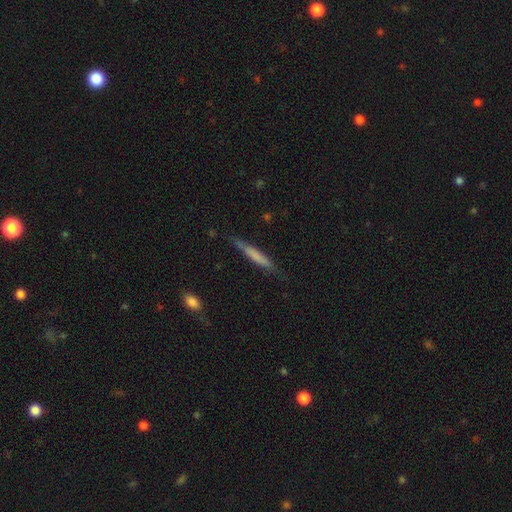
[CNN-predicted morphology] Smooth or featured?
  - smooth: 63% *
  - featured or disk: 31%
  - star or artifact: 6%
How rounded?
  - cigar-shaped: 94% *
  - in between: 5%
  - round: 1%
Merging?
  - none: 74% *
  - minor disturbance: 19%
  - major disturbance: 4%
  - merger: 2%